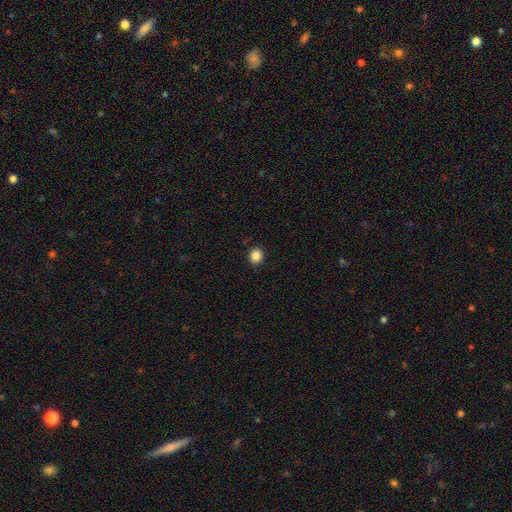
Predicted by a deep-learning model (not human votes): smooth 86%, star or artifact 10%, featured or disk 4%. Down the decision tree: how rounded — round (81%); merging — none (91%).